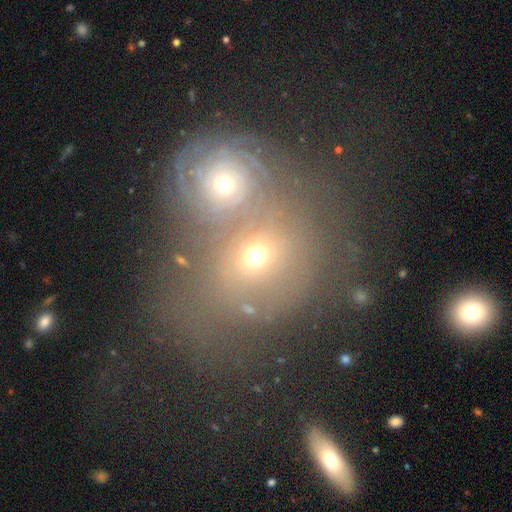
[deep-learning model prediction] This is marginally a featured or disk galaxy (44%). Merging: likely merger (63%).